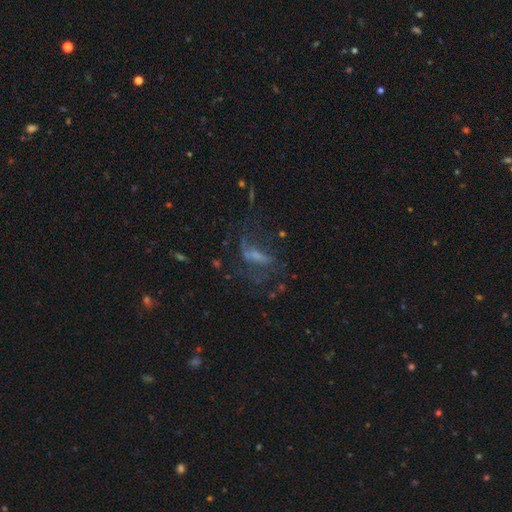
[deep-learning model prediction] Smooth or featured?
  - featured or disk: 57% *
  - smooth: 24%
  - star or artifact: 19%
Edge-on disk?
  - no: 86% *
  - yes: 14%
Merging?
  - none: 42% *
  - major disturbance: 37%
  - minor disturbance: 17%
  - merger: 4%